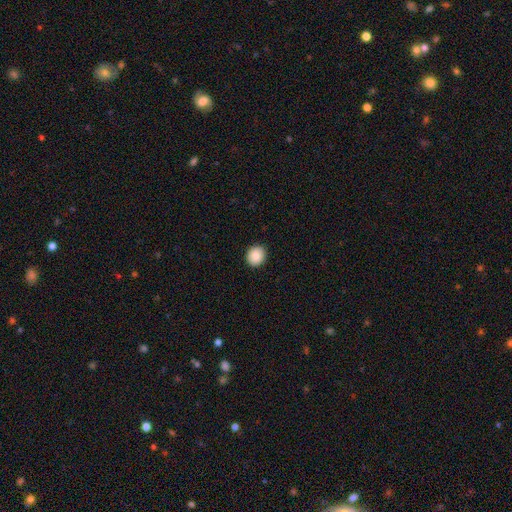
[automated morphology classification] type=smooth (88%); roundness=round (78%); merging=none (92%).